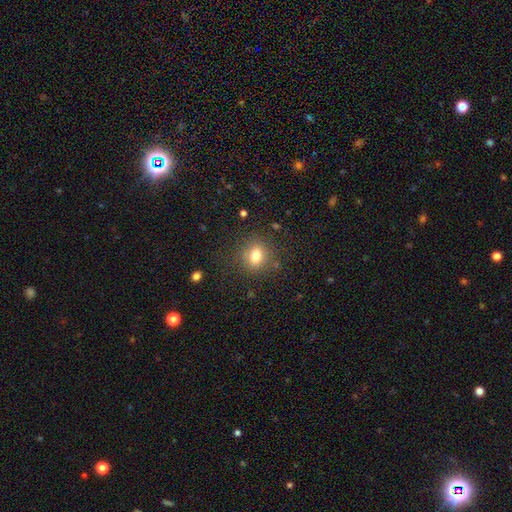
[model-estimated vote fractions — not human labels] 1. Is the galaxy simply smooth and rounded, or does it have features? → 76% smooth, 13% star or artifact, 11% featured or disk.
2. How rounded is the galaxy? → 66% round, 33% in between, 1% cigar-shaped.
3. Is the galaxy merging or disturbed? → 83% none, 11% minor disturbance, 4% major disturbance, 2% merger.